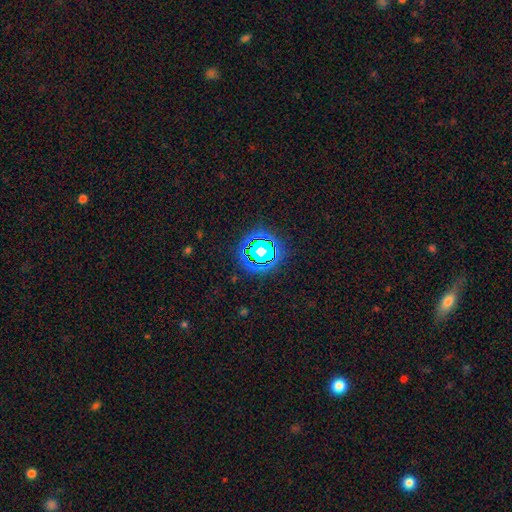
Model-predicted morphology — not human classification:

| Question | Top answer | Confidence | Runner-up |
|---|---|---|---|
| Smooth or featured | star or artifact | 66% | smooth (22%) |